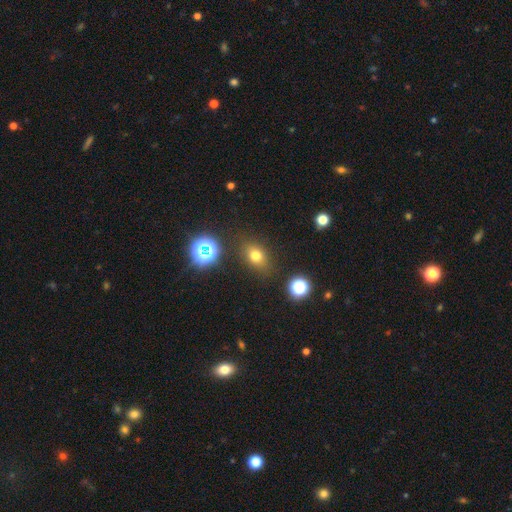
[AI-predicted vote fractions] A smooth galaxy with no disk features (70%) that is in between round and cigar-shaped (58%).

Vote fractions:
- Smooth or featured? smooth: 70% / star or artifact: 20% / featured or disk: 10%
- How rounded? in between: 58% / round: 40% / cigar-shaped: 2%
- Merging? none: 83% / minor disturbance: 10% / major disturbance: 4% / merger: 3%